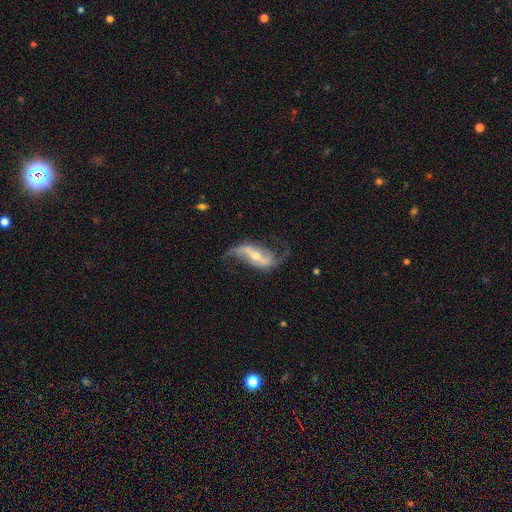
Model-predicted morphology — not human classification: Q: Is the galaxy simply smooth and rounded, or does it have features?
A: featured or disk — 87%.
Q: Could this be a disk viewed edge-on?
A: no — 94%.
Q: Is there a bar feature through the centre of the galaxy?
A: strong — 47%.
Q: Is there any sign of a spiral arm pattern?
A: yes — 94%.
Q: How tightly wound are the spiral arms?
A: loose — 83%.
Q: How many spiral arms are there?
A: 2 — 91%.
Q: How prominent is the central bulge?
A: small — 50%.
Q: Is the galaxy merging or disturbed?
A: none — 65%.